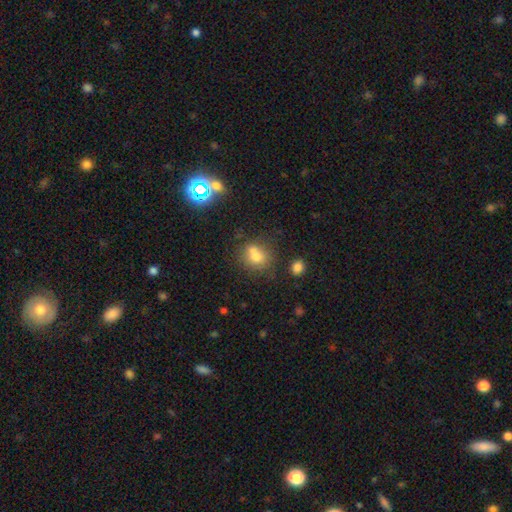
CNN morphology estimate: Smooth or featured: smooth — 67% (star or artifact — 17%)
How rounded: round — 72% (in between — 27%)
Merging: merger — 43% (tied with none — 43%)